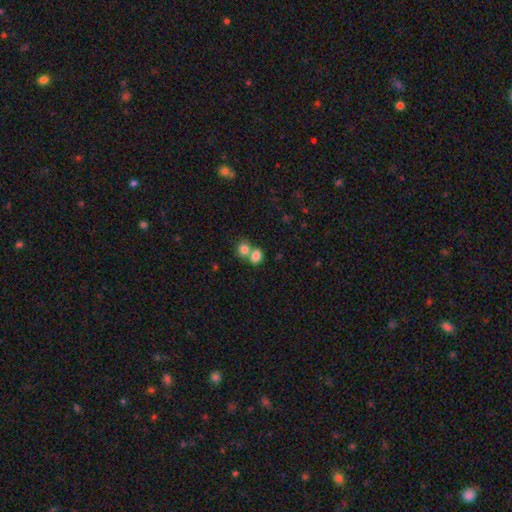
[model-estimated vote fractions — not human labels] This appears to be a smooth galaxy with no disk features (82%) that is round (51%). Merging: merger (55%).